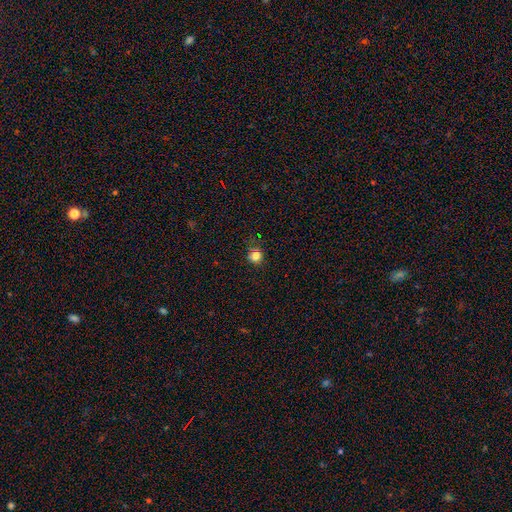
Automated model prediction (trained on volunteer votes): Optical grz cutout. It shows a smooth galaxy with no disk features (80%) that is round (87%). Merging: none (76%).